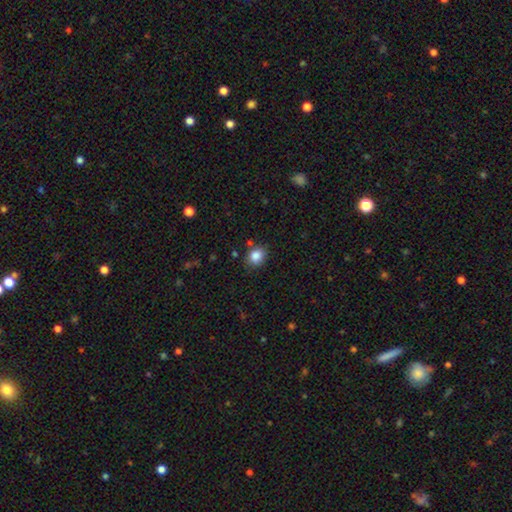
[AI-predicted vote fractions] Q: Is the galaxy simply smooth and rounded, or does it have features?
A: smooth — 86%.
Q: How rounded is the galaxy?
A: round — 60%.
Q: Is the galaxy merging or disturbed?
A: none — 80%.